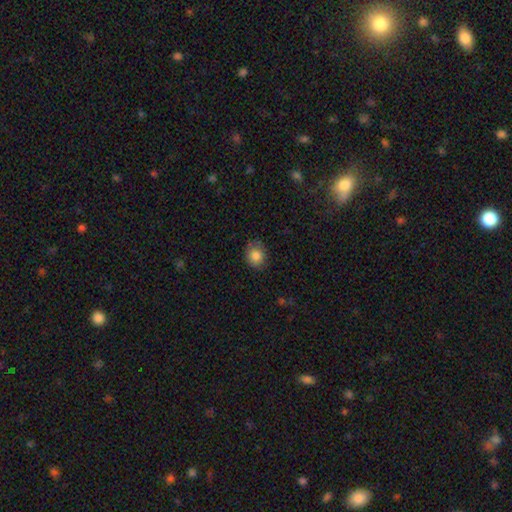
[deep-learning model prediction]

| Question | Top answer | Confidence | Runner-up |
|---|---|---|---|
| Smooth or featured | smooth | 84% | star or artifact (9%) |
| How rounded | round | 67% | in between (32%) |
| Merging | none | 80% | minor disturbance (16%) |